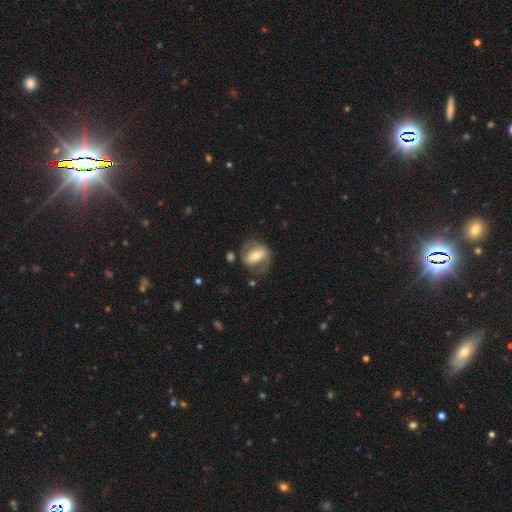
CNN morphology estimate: Overall: featured or disk (57%; smooth 36%). Edge-on disk: no (92%). Bar: strong (47%; weak 30%). Spiral arms: yes (58%; no 42%). Bulge size: moderate (64%; small 28%). Merging: none (58%; minor disturbance 22%).